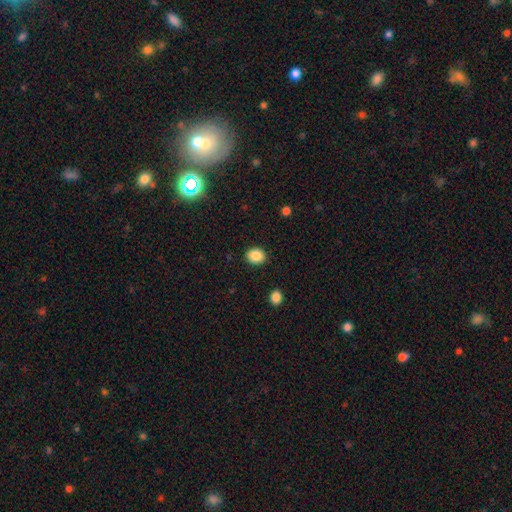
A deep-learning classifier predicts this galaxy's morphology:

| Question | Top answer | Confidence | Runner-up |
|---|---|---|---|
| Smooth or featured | smooth | 87% | star or artifact (9%) |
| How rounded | round | 62% | in between (37%) |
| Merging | none | 90% | minor disturbance (7%) |